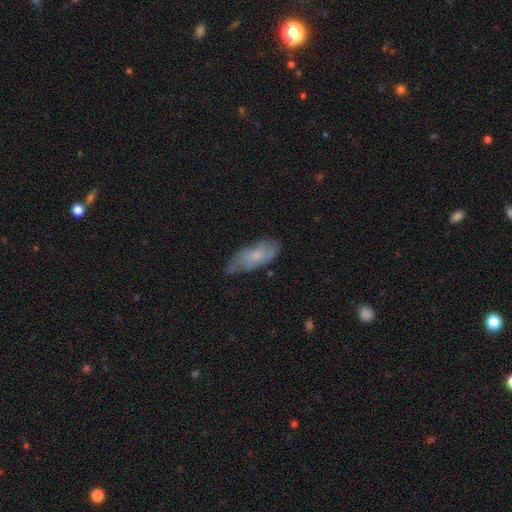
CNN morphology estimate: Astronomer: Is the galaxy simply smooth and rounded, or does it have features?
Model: smooth — 52% (runner-up: featured or disk, 41%).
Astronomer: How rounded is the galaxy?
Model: in between — 78%.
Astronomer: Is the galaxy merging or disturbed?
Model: none — 55% (runner-up: minor disturbance, 33%).